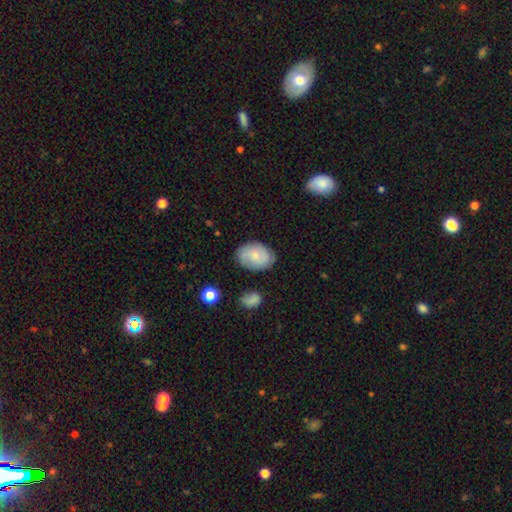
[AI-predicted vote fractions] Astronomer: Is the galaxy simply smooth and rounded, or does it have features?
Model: smooth — 61%.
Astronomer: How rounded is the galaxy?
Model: in between — 79%.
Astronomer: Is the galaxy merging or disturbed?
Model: none — 76%.